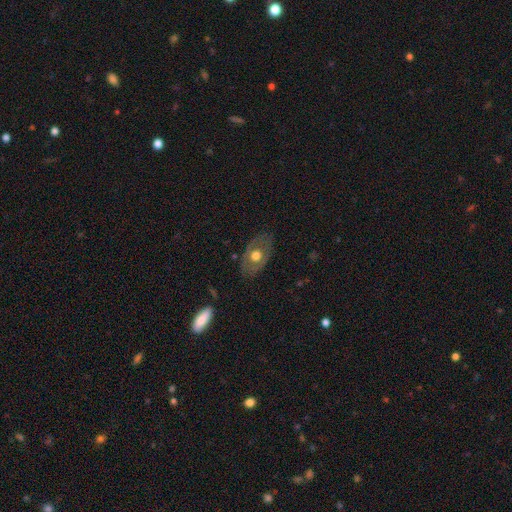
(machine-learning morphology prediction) This is possibly a featured or disk galaxy (48%). Merging: likely none (77%).